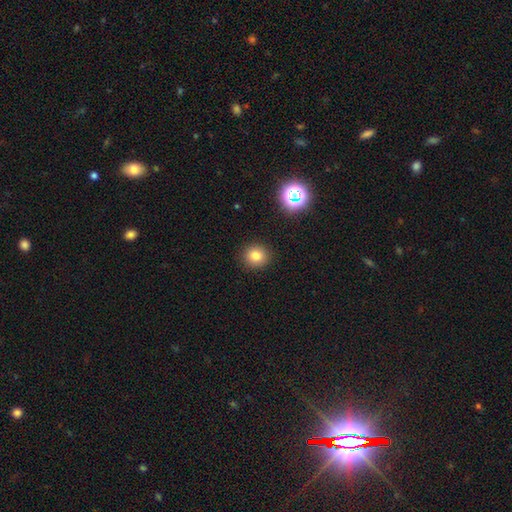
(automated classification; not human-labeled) This appears to be a smooth galaxy with no disk features (78%) that is round (89%). Merging: none (91%).